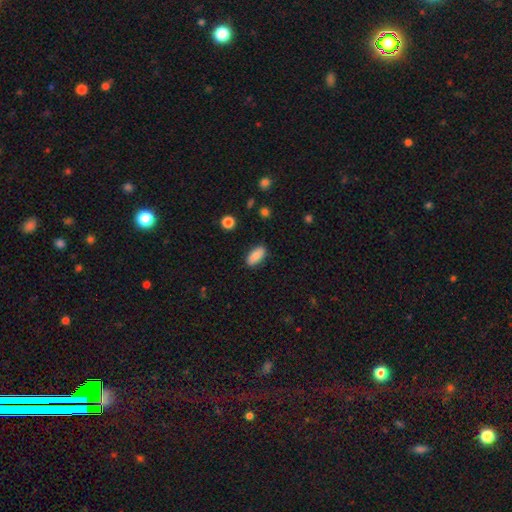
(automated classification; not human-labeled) Smooth or featured?
  - smooth: 84% *
  - featured or disk: 10%
  - star or artifact: 7%
How rounded?
  - in between: 89% *
  - cigar-shaped: 8%
  - round: 3%
Merging?
  - none: 86% *
  - minor disturbance: 10%
  - major disturbance: 2%
  - merger: 1%